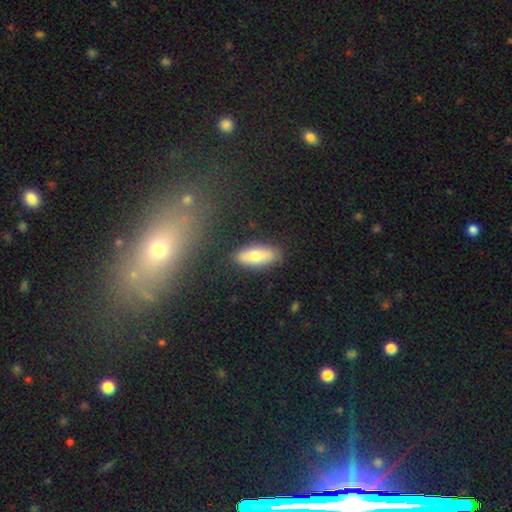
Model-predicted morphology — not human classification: type=smooth (73%); roundness=in between (75%); merging=none (84%).